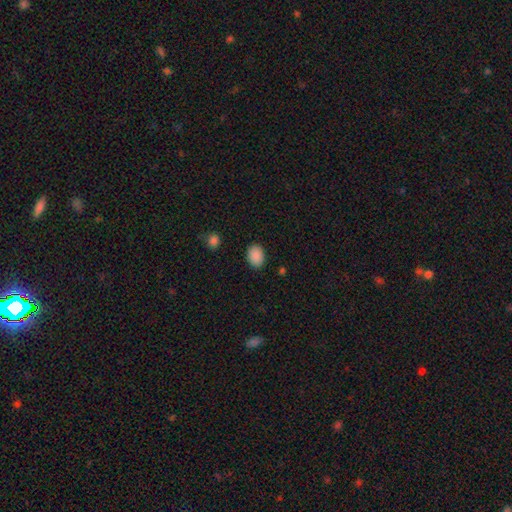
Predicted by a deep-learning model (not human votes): A smooth galaxy with no disk features (89%) that is in between round and cigar-shaped (70%).

Vote fractions:
- Smooth or featured? smooth: 89% / star or artifact: 8% / featured or disk: 3%
- How rounded? in between: 70% / round: 29% / cigar-shaped: 1%
- Merging? none: 88% / minor disturbance: 9% / major disturbance: 2% / merger: 1%